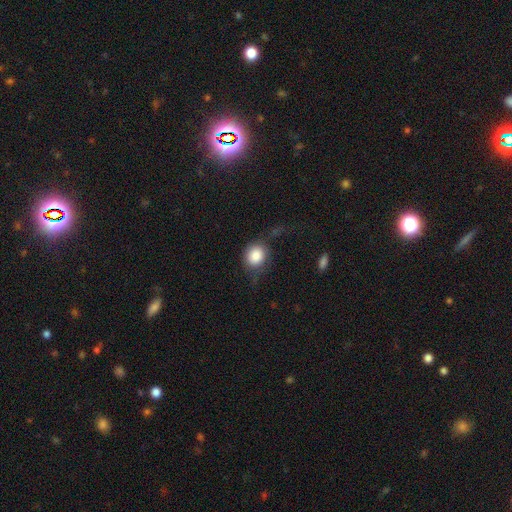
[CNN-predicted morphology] Smooth or featured? Predicted: smooth (p=0.83). How rounded? Predicted: round (p=0.74). Merging? Predicted: none (p=0.52).